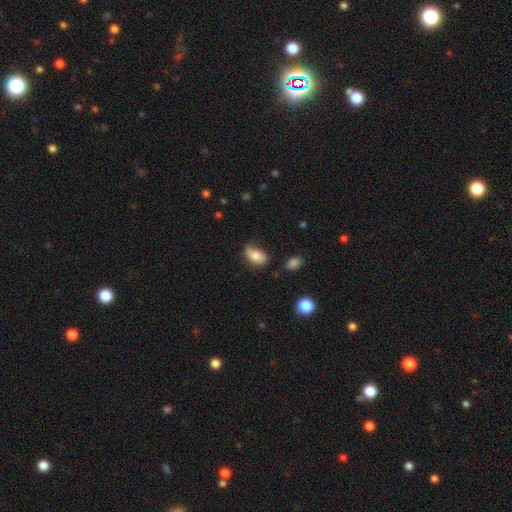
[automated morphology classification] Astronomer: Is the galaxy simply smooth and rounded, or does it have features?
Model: smooth — 78%.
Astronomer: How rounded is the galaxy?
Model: in between — 90%.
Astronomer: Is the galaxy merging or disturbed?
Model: none — 51% (runner-up: minor disturbance, 36%).